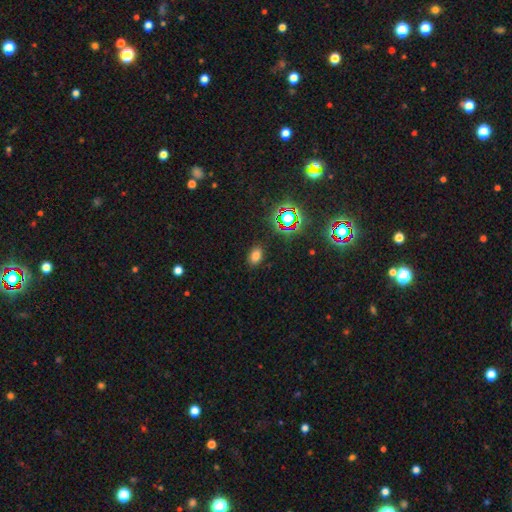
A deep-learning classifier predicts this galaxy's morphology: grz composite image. It shows a smooth galaxy with no disk features (74%) that is in between round and cigar-shaped (84%). Merging: none (87%).